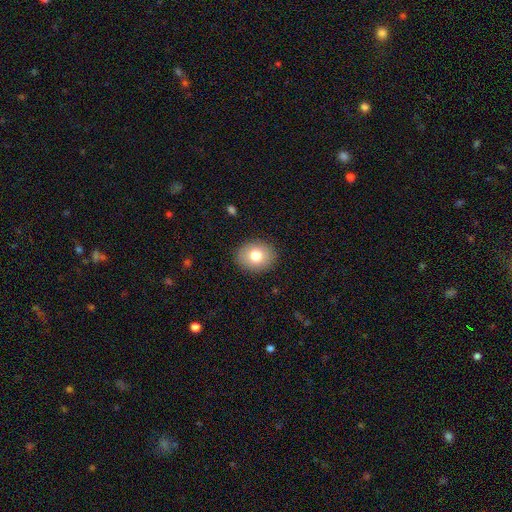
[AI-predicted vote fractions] The model was most divided on "how rounded": round: 55%, in between: 44%, cigar-shaped: 1%. More confident: merging — none (90%); smooth or featured — smooth (78%).